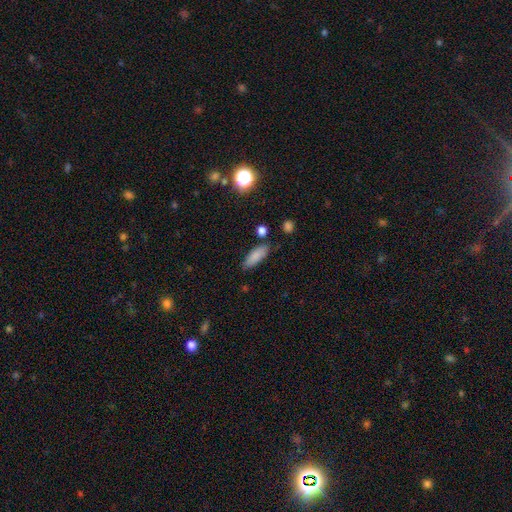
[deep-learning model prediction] smooth-or-featured: smooth: 83% | star or artifact: 8% | featured or disk: 8%
  how-rounded: in between: 62% | cigar-shaped: 36% | round: 2%
  merging: none: 79% | minor disturbance: 14% | merger: 4% | major disturbance: 3%